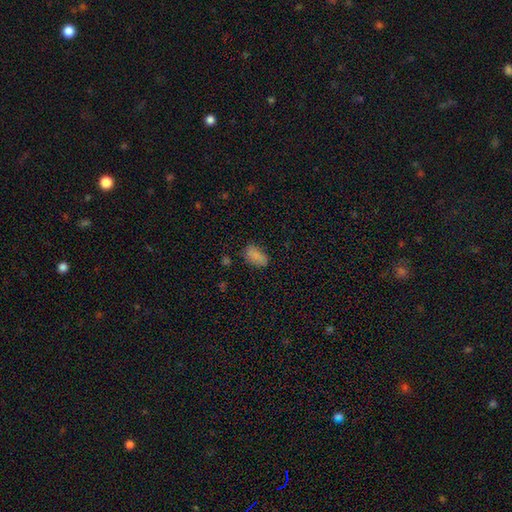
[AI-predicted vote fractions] Smooth or featured?
  - smooth: 83% *
  - star or artifact: 11%
  - featured or disk: 6%
How rounded?
  - in between: 93% *
  - round: 4%
  - cigar-shaped: 3%
Merging?
  - none: 76% *
  - minor disturbance: 17%
  - major disturbance: 5%
  - merger: 2%